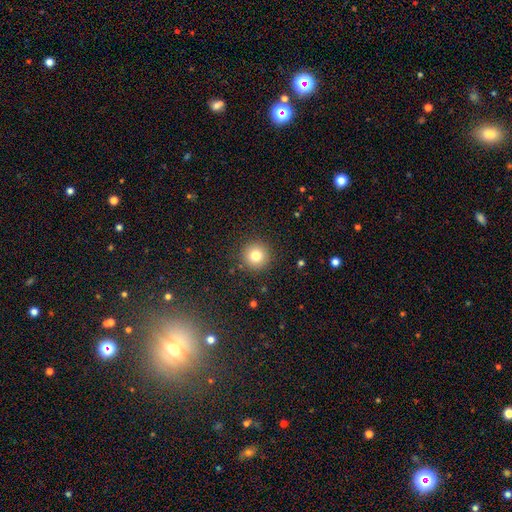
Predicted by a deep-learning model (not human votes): Morphology: type=smooth (79%); roundness=round (96%); merging=none (91%).